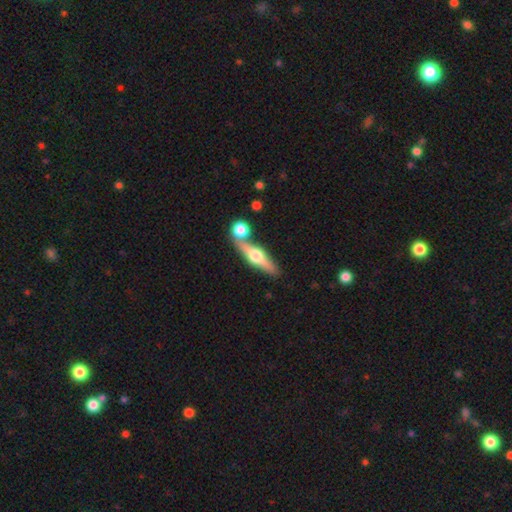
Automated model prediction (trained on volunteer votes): The model was most divided on "smooth or featured": featured or disk: 67%, smooth: 27%, star or artifact: 6%. More confident: edge-on bulge — rounded (95%); edge-on disk — yes (95%); merging — none (67%).